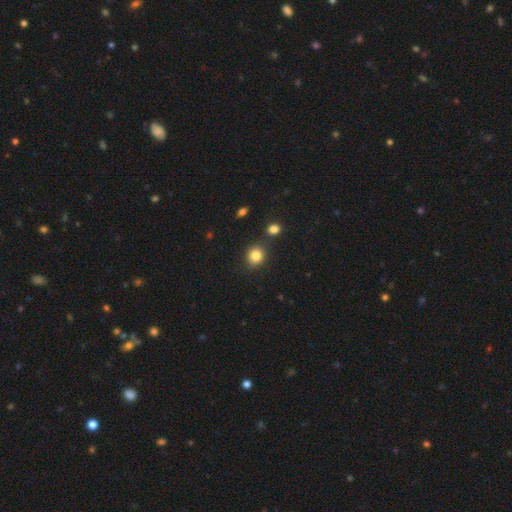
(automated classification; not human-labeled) This appears to be a smooth galaxy with no disk features (83%) that is round (74%). Merging: none (79%).